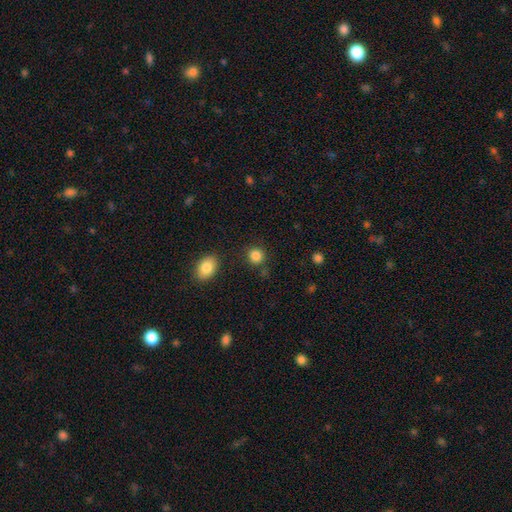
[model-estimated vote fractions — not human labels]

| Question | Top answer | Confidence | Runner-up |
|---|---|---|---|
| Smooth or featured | smooth | 86% | star or artifact (10%) |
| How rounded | round | 86% | in between (13%) |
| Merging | none | 83% | minor disturbance (9%) |